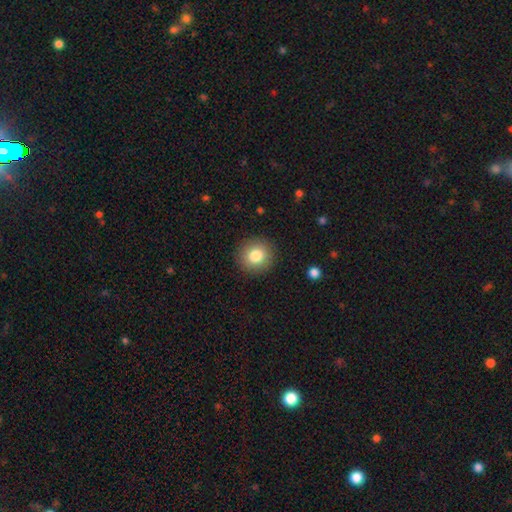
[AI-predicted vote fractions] Smooth or featured? Predicted: smooth (p=0.82). How rounded? Predicted: round (p=0.93). Merging? Predicted: none (p=0.91).